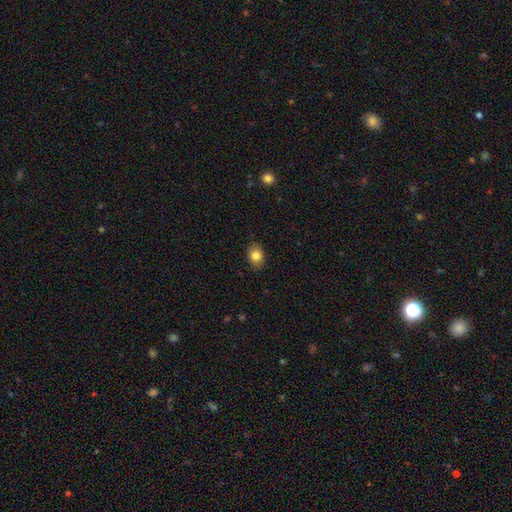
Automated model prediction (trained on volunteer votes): The model was most divided on "how rounded": in between: 64%, round: 34%, cigar-shaped: 1%. More confident: merging — none (86%); smooth or featured — smooth (83%).